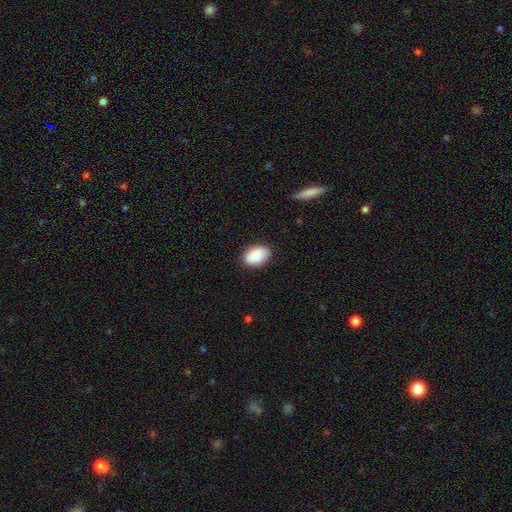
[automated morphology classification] smooth-or-featured: smooth: 89% | star or artifact: 6% | featured or disk: 5%
  how-rounded: in between: 88% | round: 11% | cigar-shaped: 1%
  merging: none: 86% | minor disturbance: 11% | major disturbance: 2% | merger: 1%